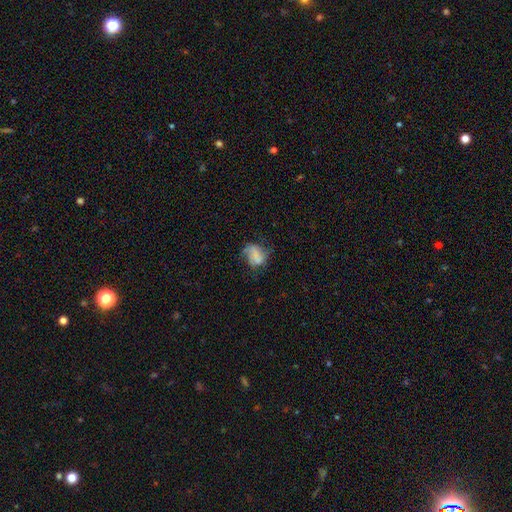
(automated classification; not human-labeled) Q: Smooth or featured?
A: smooth (52%); runner-up: featured or disk (36%)
Q: How rounded?
A: in between (63%); runner-up: round (36%)
Q: Merging?
A: none (38%); runner-up: major disturbance (29%)